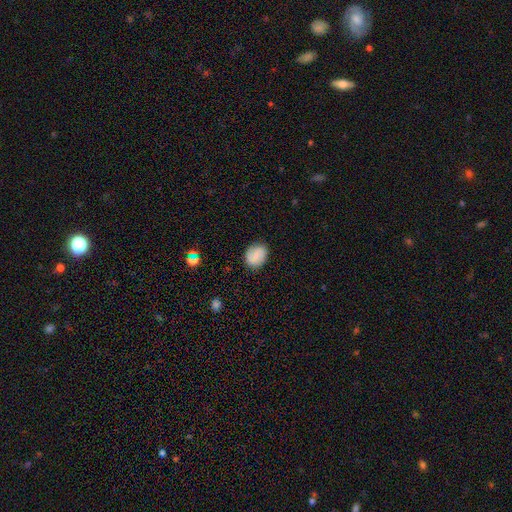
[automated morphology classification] Q: Smooth or featured?
A: smooth (69%); runner-up: featured or disk (23%)
Q: How rounded?
A: in between (56%); runner-up: round (43%)
Q: Merging?
A: none (83%); runner-up: minor disturbance (13%)